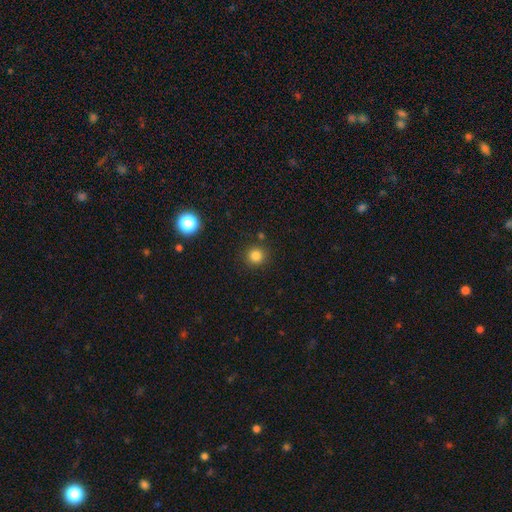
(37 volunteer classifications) This appears to be a smooth galaxy with no disk features (92%) that is round (94%). Merging: none (83%).